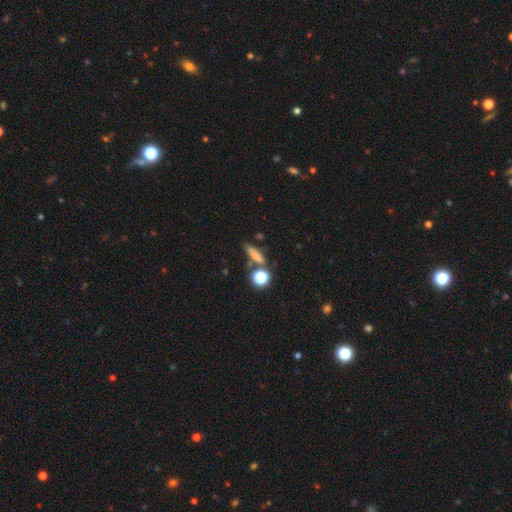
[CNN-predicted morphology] The model was most divided on "how rounded": cigar-shaped: 61%, in between: 24%, round: 15%. More confident: smooth or featured — smooth (70%); merging — none (64%).